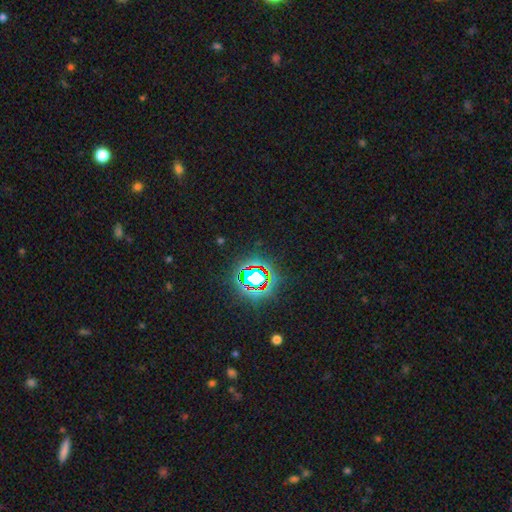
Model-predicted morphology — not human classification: smooth_or_featured: star or artifact (p=0.79) [alt: smooth p=0.13]